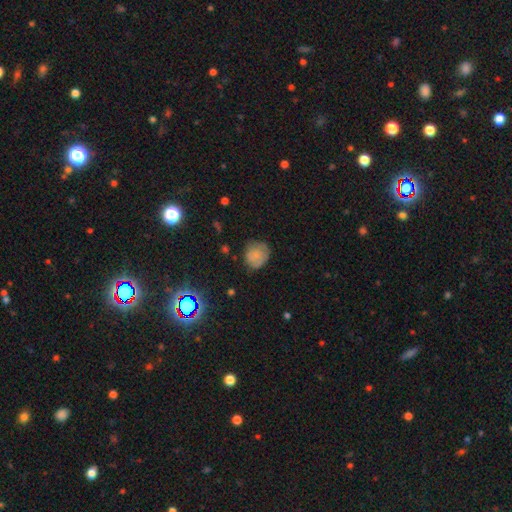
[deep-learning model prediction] smooth_or_featured: smooth (p=0.74) [alt: featured or disk p=0.15]
how_rounded: round (p=0.78) [alt: in between p=0.21]
merging: none (p=0.66) [alt: minor disturbance p=0.25]